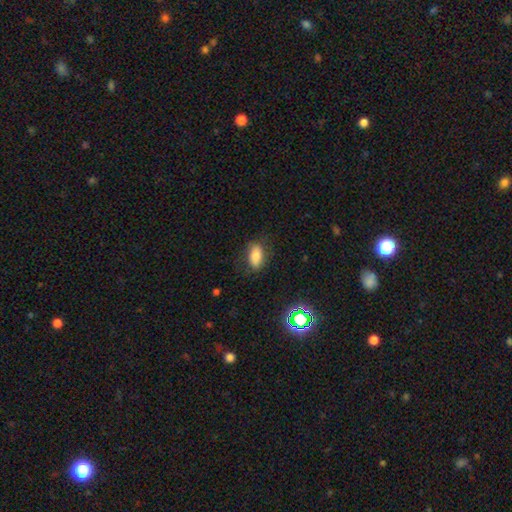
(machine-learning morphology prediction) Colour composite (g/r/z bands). It shows a smooth galaxy with no disk features (77%) that is in between round and cigar-shaped (88%). Merging: none (78%).